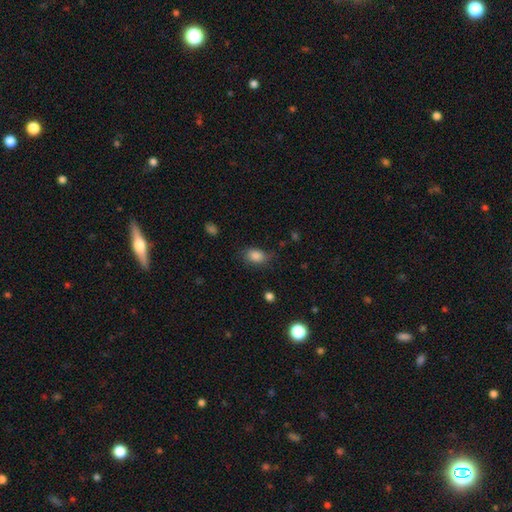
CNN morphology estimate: A smooth galaxy with no disk features (86%) that is in between round and cigar-shaped (79%).

Vote fractions:
- Smooth or featured? smooth: 86% / star or artifact: 9% / featured or disk: 6%
- How rounded? in between: 79% / round: 19% / cigar-shaped: 1%
- Merging? none: 69% / minor disturbance: 23% / major disturbance: 7% / merger: 2%